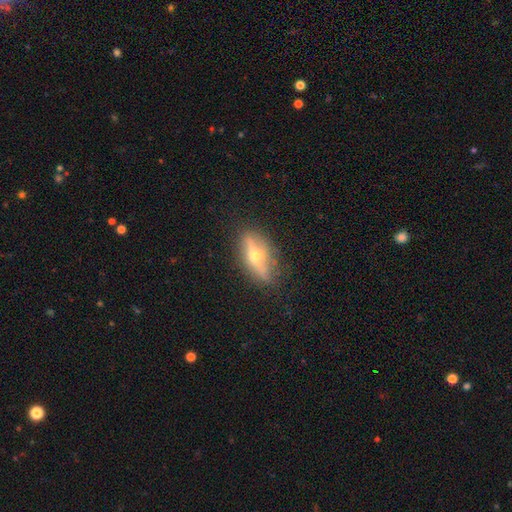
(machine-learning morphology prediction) featured or disk 66%, smooth 26%, star or artifact 8%. Down the decision tree: edge-on disk — yes (79%); edge-on bulge — rounded (94%); merging — none (81%).